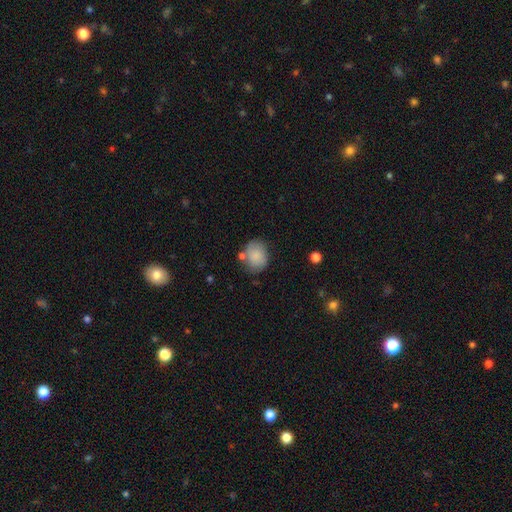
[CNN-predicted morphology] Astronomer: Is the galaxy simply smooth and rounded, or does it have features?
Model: smooth — 82%.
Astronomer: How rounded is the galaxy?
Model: round — 50% (runner-up: in between, 49%).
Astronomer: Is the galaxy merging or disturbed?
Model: none — 64%.